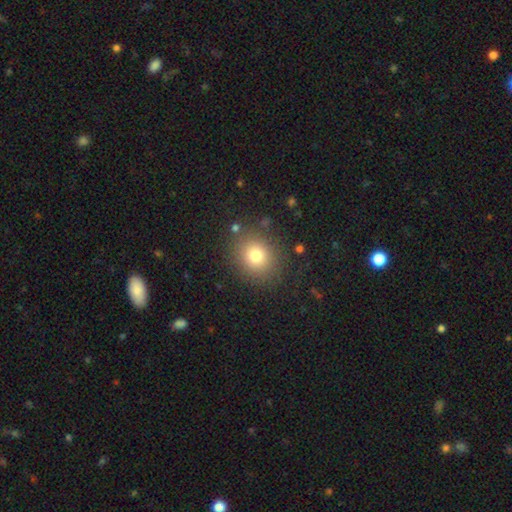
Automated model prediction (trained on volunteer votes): Smooth or featured: smooth — 77% (star or artifact — 14%)
How rounded: round — 75% (in between — 24%)
Merging: none — 84% (minor disturbance — 9%)